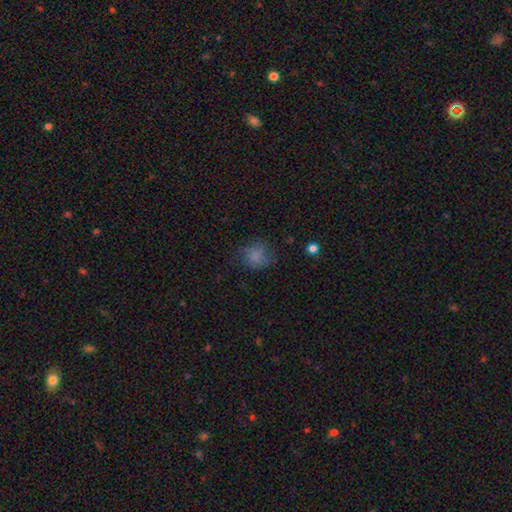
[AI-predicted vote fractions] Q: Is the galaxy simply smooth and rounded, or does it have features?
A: smooth — 77%.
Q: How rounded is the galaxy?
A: round — 78%.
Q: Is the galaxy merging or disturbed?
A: none — 65%.